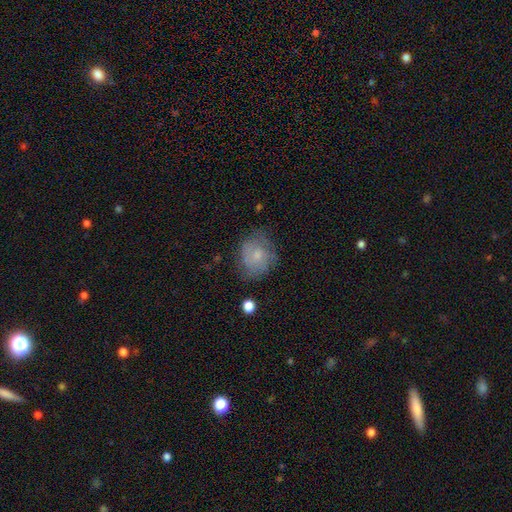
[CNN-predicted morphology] This is possibly a smooth galaxy (57%). How rounded: likely round (65%). Merging: likely none (61%).